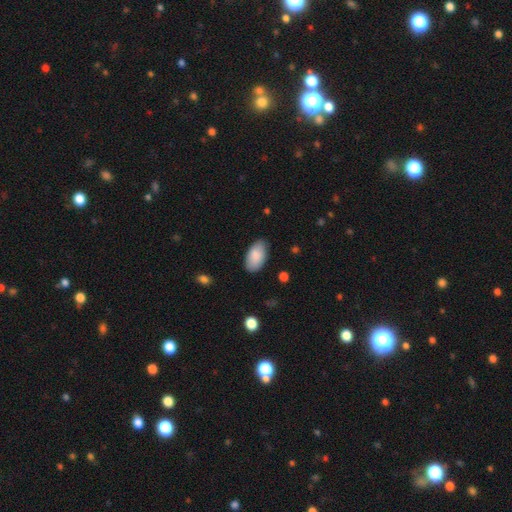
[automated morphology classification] smooth 88%, featured or disk 6%, star or artifact 6%. Down the decision tree: how rounded — in between (95%); merging — none (82%).